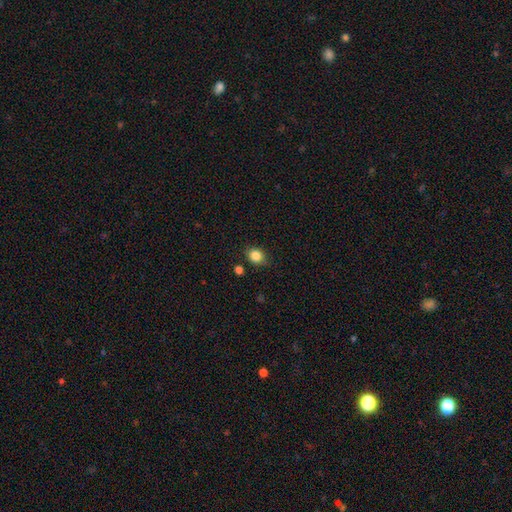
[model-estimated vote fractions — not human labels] The model was most divided on "how rounded": round: 61%, in between: 38%, cigar-shaped: 1%. More confident: smooth or featured — smooth (84%); merging — none (79%).